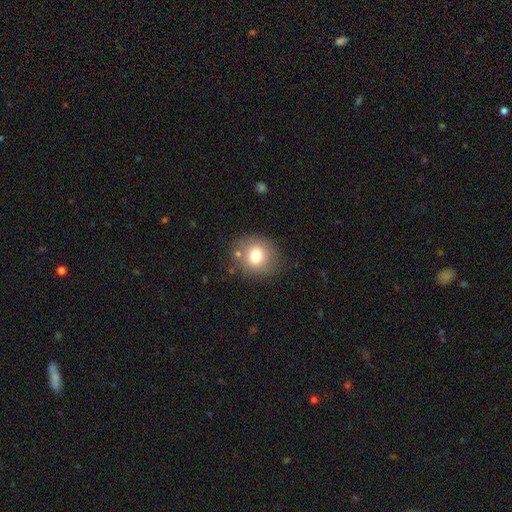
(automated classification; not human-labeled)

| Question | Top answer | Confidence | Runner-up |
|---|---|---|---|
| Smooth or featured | smooth | 77% | featured or disk (12%) |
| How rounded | round | 83% | in between (16%) |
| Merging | none | 80% | minor disturbance (11%) |